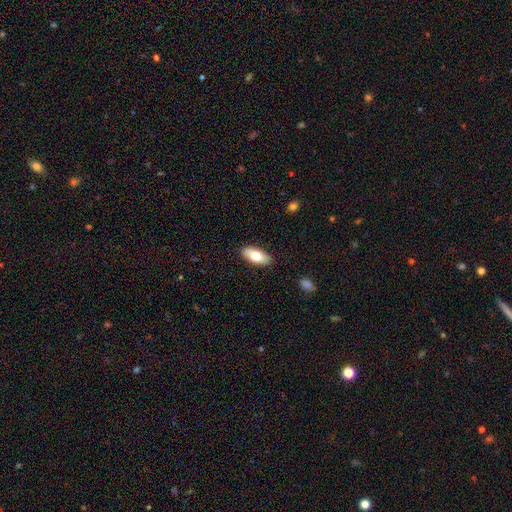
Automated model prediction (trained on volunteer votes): Morphology: type=smooth (73%); roundness=in between (87%); merging=none (88%).